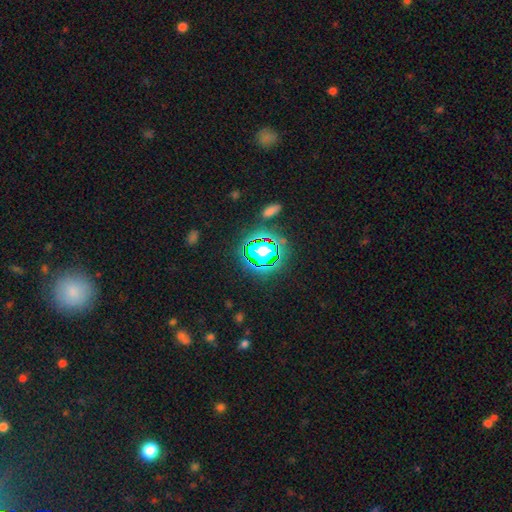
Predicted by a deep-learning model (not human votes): Q: Smooth or featured?
A: star or artifact (73%); runner-up: smooth (18%)